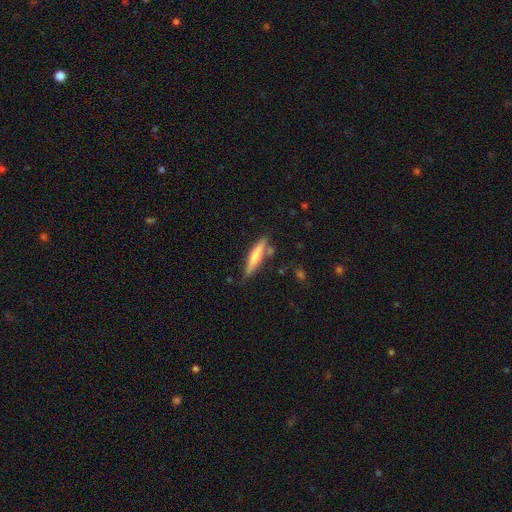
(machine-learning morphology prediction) A smooth galaxy with no disk features (64%) that is cigar-shaped (86%). Merging: none (74%).